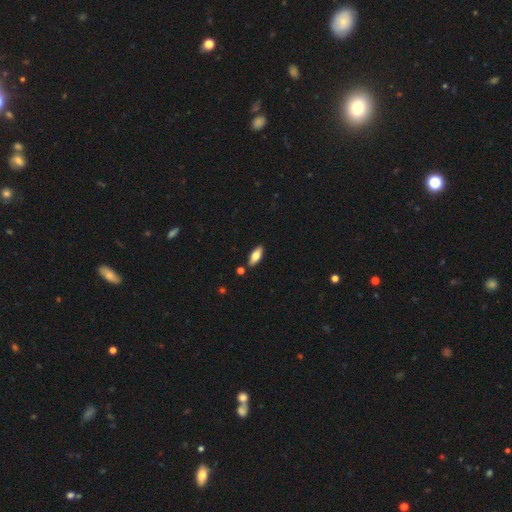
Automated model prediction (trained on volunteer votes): Overall: smooth (72%). How rounded: in between (79%). Merging: none (85%).